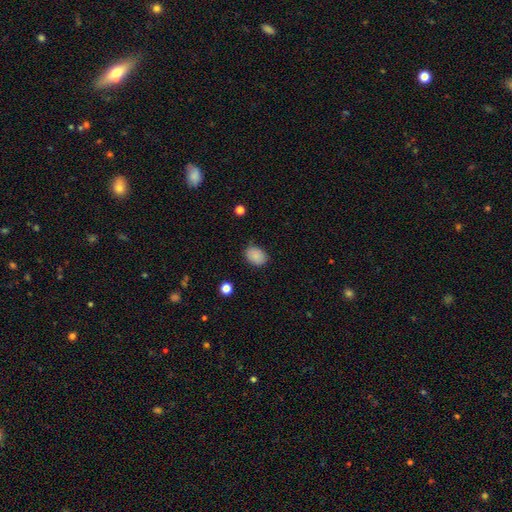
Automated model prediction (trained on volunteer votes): A smooth galaxy with no disk features (86%) that is in between round and cigar-shaped (72%).

Vote fractions:
- Smooth or featured? smooth: 86% / star or artifact: 9% / featured or disk: 6%
- How rounded? in between: 72% / round: 28% / cigar-shaped: 1%
- Merging? none: 74% / minor disturbance: 21% / major disturbance: 4% / merger: 1%